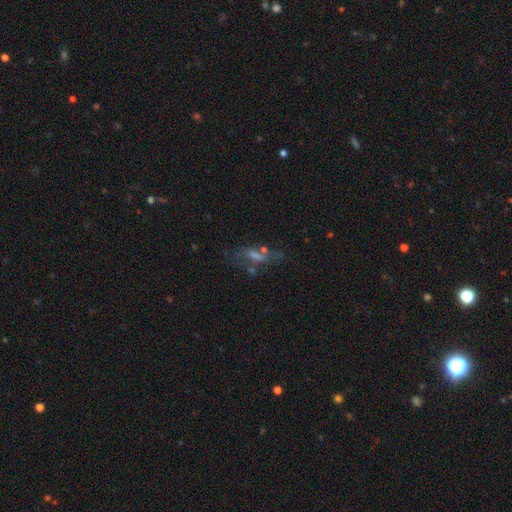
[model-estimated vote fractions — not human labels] Morphology: type=featured or disk (45%); merging=none (53%).